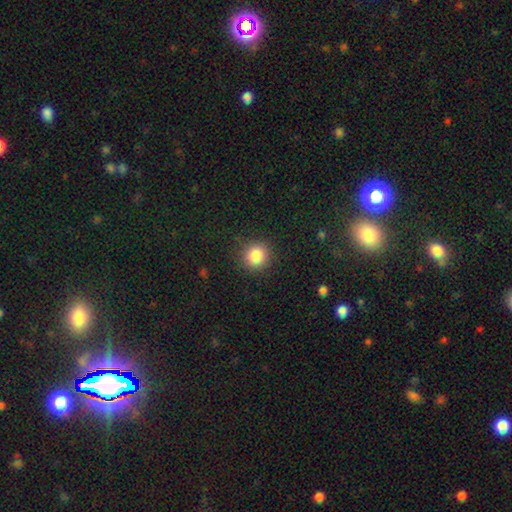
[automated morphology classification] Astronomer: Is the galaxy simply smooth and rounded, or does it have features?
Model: smooth — 85%.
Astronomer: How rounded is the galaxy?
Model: round — 92%.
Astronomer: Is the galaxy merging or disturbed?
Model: none — 89%.